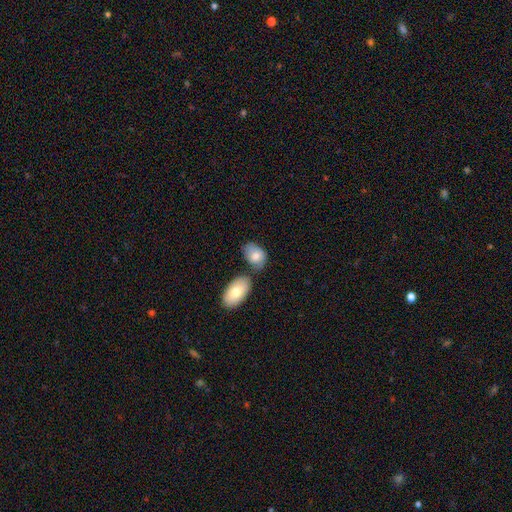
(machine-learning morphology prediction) Smooth or featured: smooth — 75% (featured or disk — 18%)
How rounded: in between — 87% (round — 11%)
Merging: none — 44% (merger — 34%)